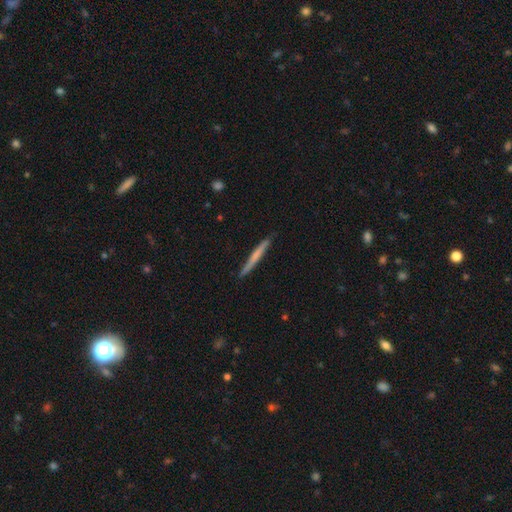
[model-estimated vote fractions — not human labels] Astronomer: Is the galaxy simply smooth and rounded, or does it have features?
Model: smooth — 53% (runner-up: featured or disk, 41%).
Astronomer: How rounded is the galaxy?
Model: cigar-shaped — 97%.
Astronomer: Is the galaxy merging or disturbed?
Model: none — 89%.